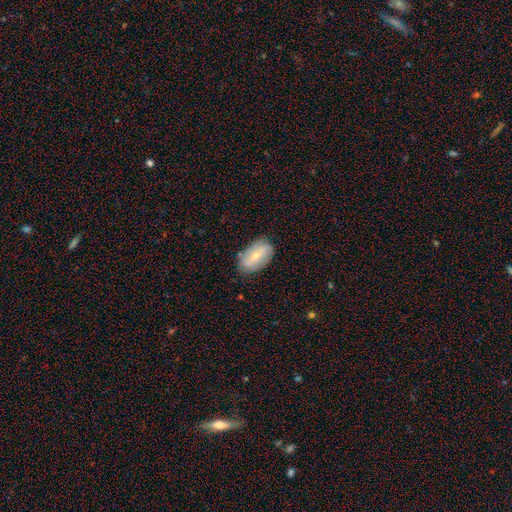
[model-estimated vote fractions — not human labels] A smooth galaxy with no disk features (58%) that is in between round and cigar-shaped (92%). Merging: none (78%).